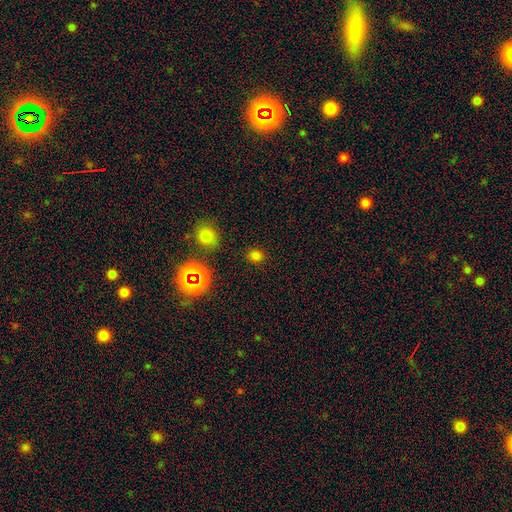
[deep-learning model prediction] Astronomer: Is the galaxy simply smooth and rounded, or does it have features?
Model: smooth — 72%.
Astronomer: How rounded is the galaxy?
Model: round — 77%.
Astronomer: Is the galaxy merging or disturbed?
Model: none — 86%.